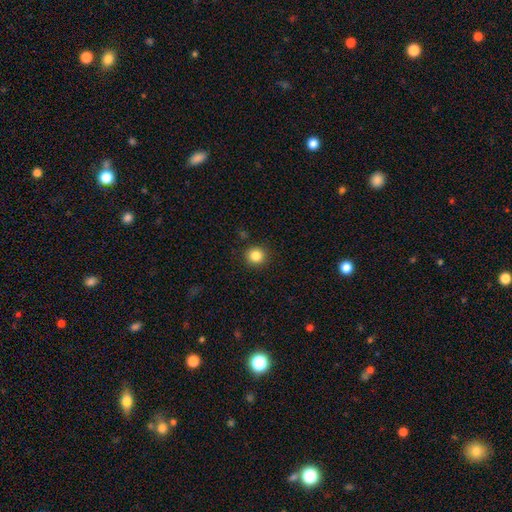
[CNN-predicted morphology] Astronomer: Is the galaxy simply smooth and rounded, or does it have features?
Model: smooth — 84%.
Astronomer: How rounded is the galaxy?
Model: round — 93%.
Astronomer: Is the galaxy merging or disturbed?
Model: none — 91%.